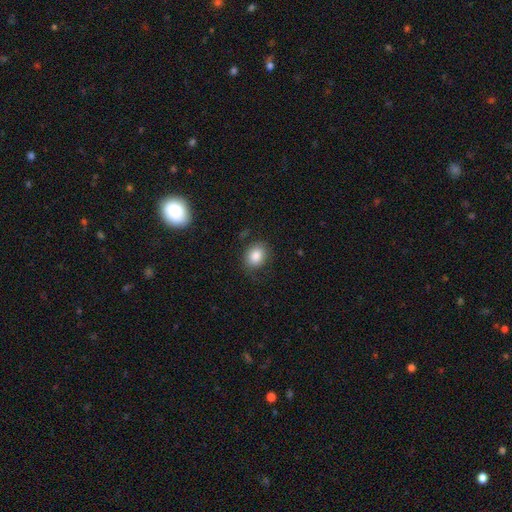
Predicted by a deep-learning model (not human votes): smooth 83%, star or artifact 9%, featured or disk 8%. Down the decision tree: how rounded — in between (52%); merging — none (73%).